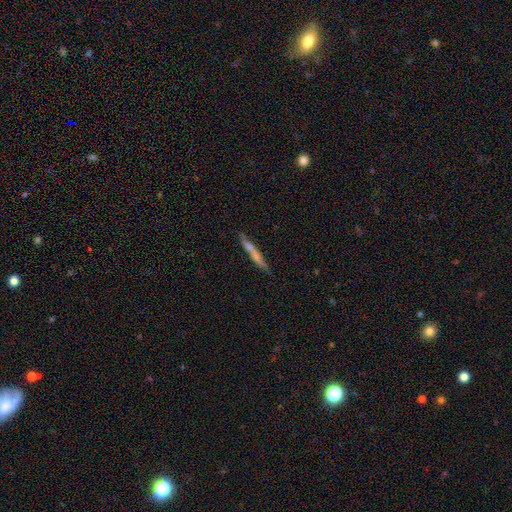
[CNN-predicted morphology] Smooth or featured? featured or disk (48%)
Merging? none (76%)